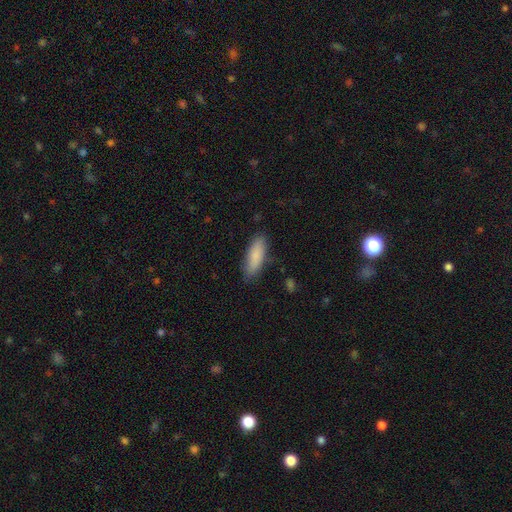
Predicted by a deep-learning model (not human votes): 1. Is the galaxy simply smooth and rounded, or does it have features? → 85% smooth, 9% featured or disk, 6% star or artifact.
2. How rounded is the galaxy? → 56% in between, 43% cigar-shaped, 2% round.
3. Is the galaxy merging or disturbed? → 81% none, 15% minor disturbance, 3% major disturbance, 1% merger.